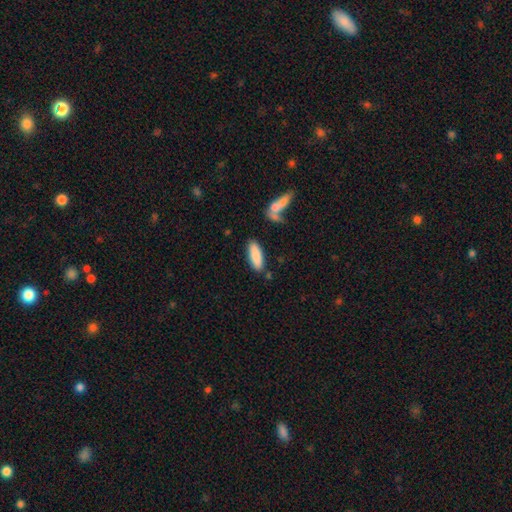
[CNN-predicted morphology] Q: Smooth or featured?
A: smooth (85%); runner-up: featured or disk (9%)
Q: How rounded?
A: in between (59%); runner-up: cigar-shaped (40%)
Q: Merging?
A: none (80%); runner-up: minor disturbance (11%)